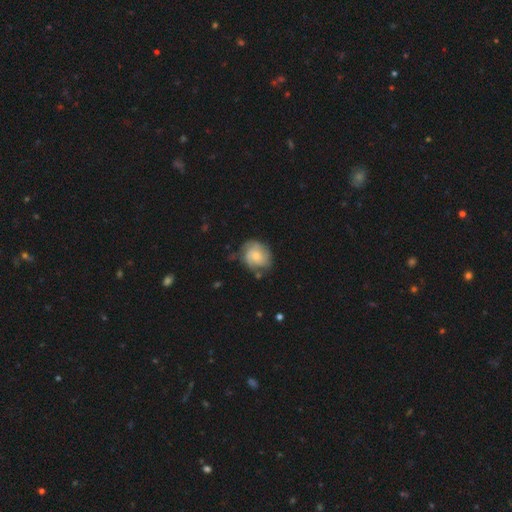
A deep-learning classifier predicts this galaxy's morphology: This is possibly a featured or disk galaxy (58%). It is clearly not viewed edge-on (98%). Bar: likely no (72%). Spiral arm pattern: clearly yes (86%). Central bulge: possibly small (50%). Merging: possibly none (60%).